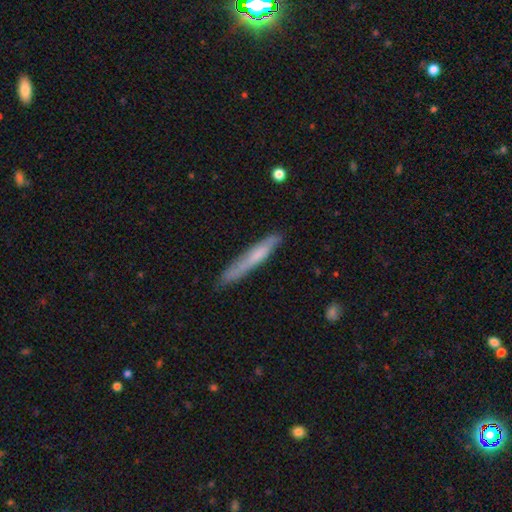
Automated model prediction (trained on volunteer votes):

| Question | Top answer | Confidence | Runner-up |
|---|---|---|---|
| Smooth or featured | smooth | 59% | featured or disk (35%) |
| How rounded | cigar-shaped | 95% | in between (4%) |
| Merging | none | 78% | minor disturbance (17%) |